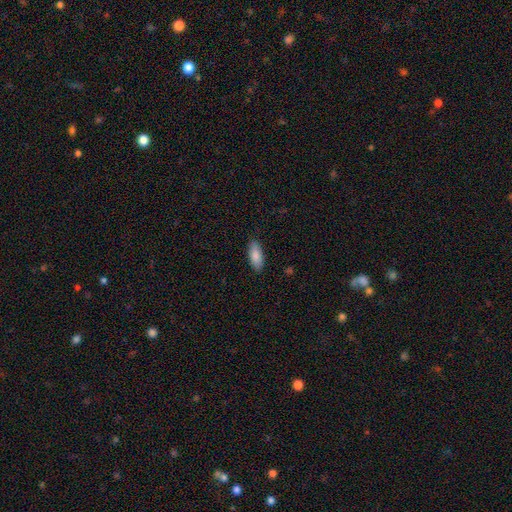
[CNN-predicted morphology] This appears to be a smooth galaxy with no disk features (87%) that is in between round and cigar-shaped (80%). Merging: none (88%).